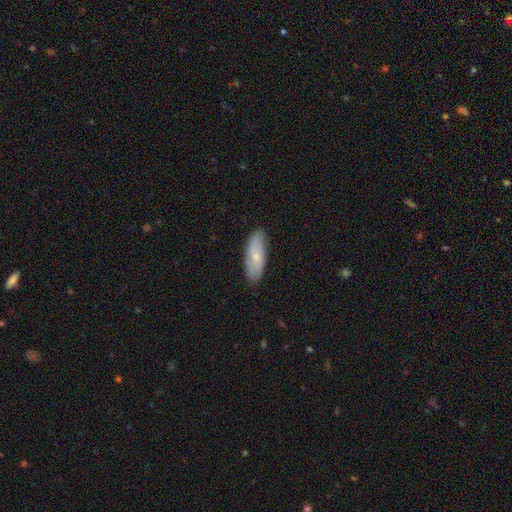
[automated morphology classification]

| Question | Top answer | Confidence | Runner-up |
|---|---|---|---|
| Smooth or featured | smooth | 62% | featured or disk (31%) |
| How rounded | in between | 65% | cigar-shaped (33%) |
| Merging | none | 85% | minor disturbance (12%) |